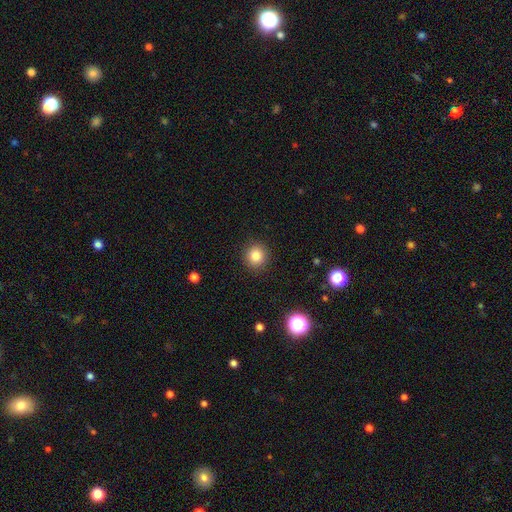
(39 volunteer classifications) Smooth or featured?
  - smooth: 87% *
  - star or artifact: 8%
  - featured or disk: 5%
How rounded?
  - round: 82% *
  - in between: 18%
  - cigar-shaped: 0%
Merging?
  - none: 89% *
  - minor disturbance: 11%
  - major disturbance: 0%
  - merger: 0%